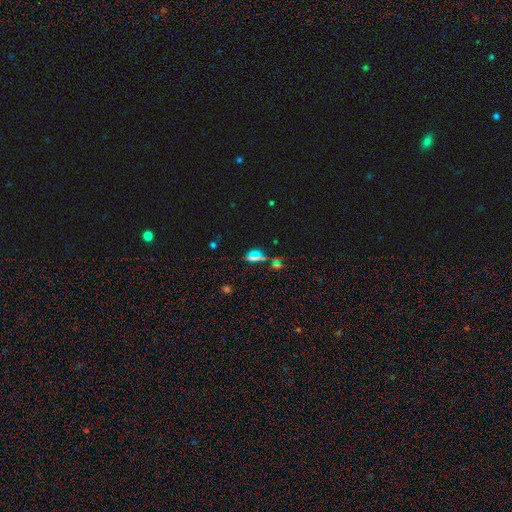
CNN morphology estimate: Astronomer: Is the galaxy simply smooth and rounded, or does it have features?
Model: star or artifact — 46% (runner-up: smooth, 38%).